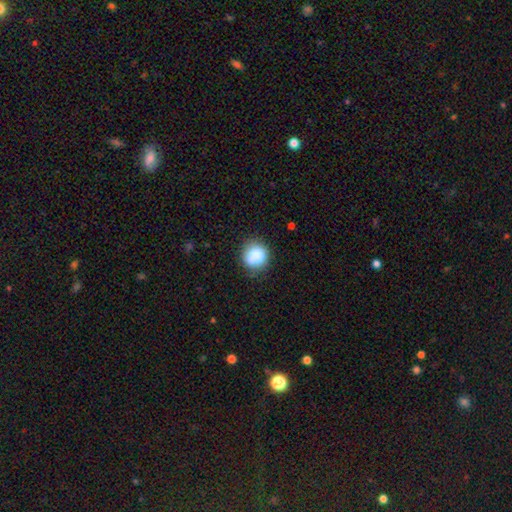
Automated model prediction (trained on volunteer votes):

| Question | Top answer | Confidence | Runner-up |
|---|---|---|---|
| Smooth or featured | smooth | 83% | star or artifact (9%) |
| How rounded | round | 82% | in between (17%) |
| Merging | none | 74% | minor disturbance (17%) |